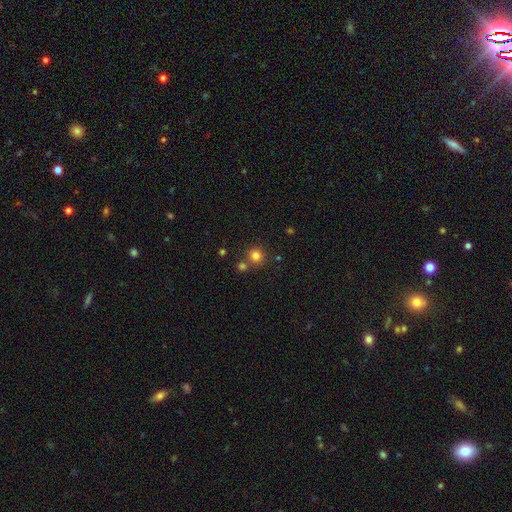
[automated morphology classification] type=smooth (80%); roundness=round (93%); merging=none (73%).